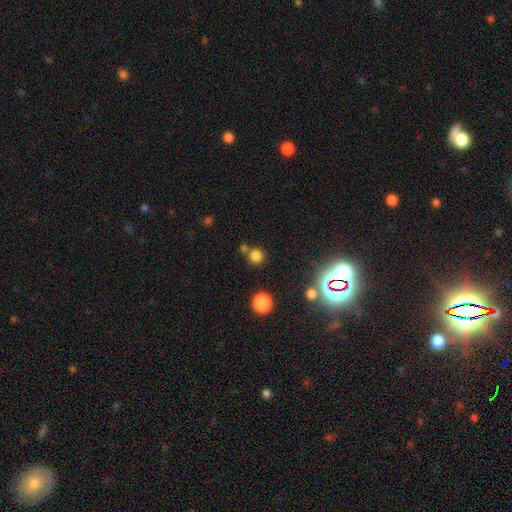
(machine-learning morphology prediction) This appears to be a smooth galaxy with no disk features (75%) that is round (91%). Merging: none (70%).